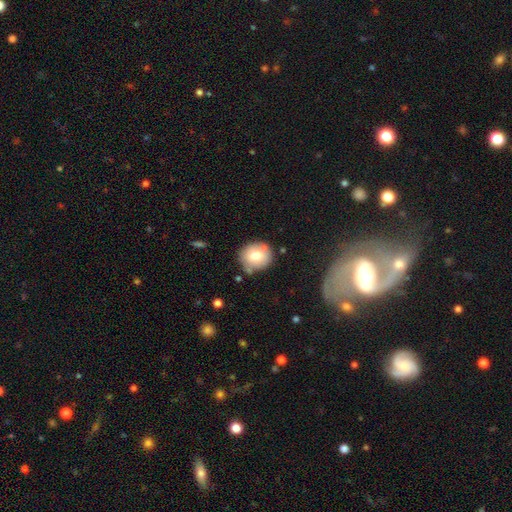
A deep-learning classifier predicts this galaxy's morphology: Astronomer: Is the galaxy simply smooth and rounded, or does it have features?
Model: smooth — 73%.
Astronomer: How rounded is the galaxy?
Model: round — 79%.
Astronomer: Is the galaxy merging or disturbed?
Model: none — 74%.